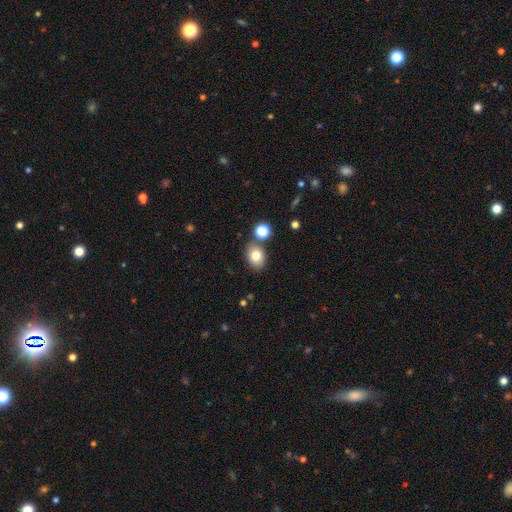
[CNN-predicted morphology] Overall: smooth (81%). How rounded: in between (69%; round 30%). Merging: none (75%).